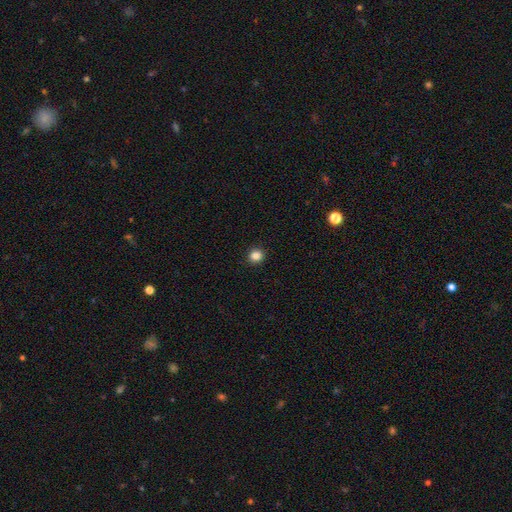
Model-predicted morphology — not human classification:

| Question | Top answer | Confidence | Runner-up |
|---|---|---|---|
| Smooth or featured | smooth | 85% | star or artifact (11%) |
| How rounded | round | 88% | in between (11%) |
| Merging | none | 93% | minor disturbance (4%) |